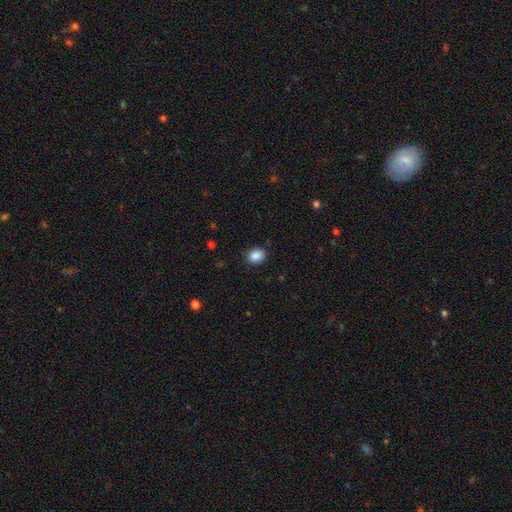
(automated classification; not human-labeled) A smooth galaxy with no disk features (88%) that is round (58%). Merging: none (87%).